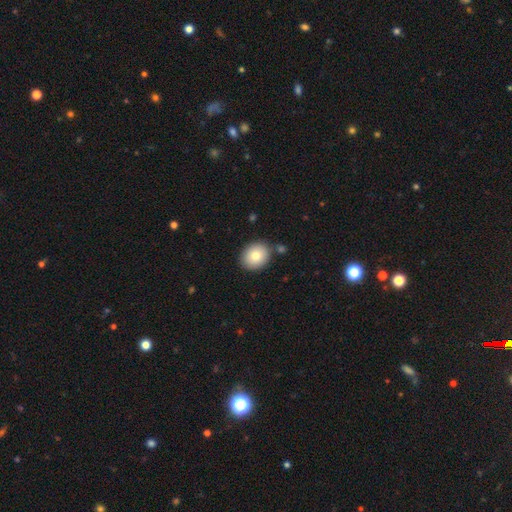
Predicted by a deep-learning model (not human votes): Q: Smooth or featured?
A: smooth (80%); runner-up: featured or disk (12%)
Q: How rounded?
A: round (59%); runner-up: in between (40%)
Q: Merging?
A: none (83%); runner-up: minor disturbance (9%)